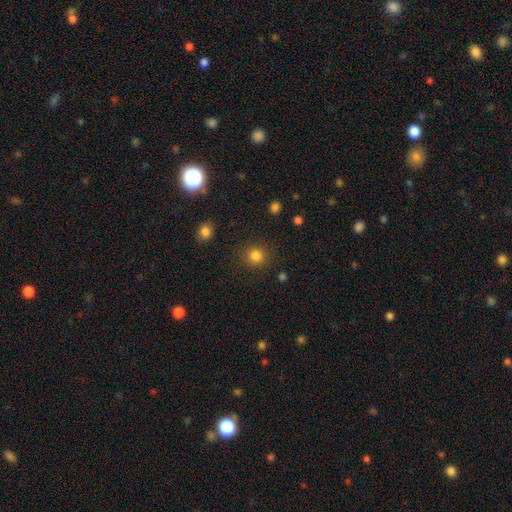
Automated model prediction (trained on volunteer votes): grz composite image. It shows a smooth galaxy with no disk features (83%) that is round (91%). Merging: none (89%).